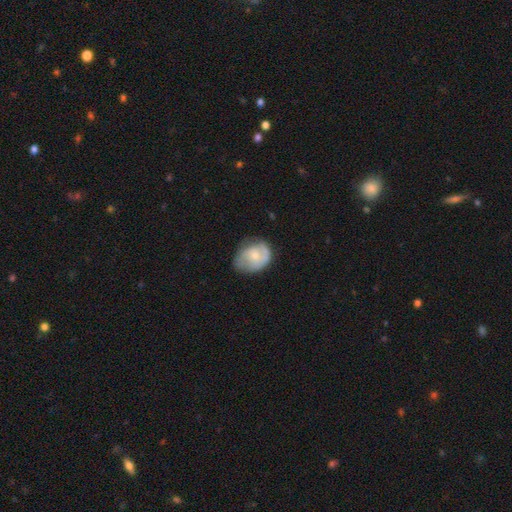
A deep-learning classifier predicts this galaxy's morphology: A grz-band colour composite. It shows a smooth galaxy with no disk features (51%) that is in between round and cigar-shaped (55%). Merging: none (52%).